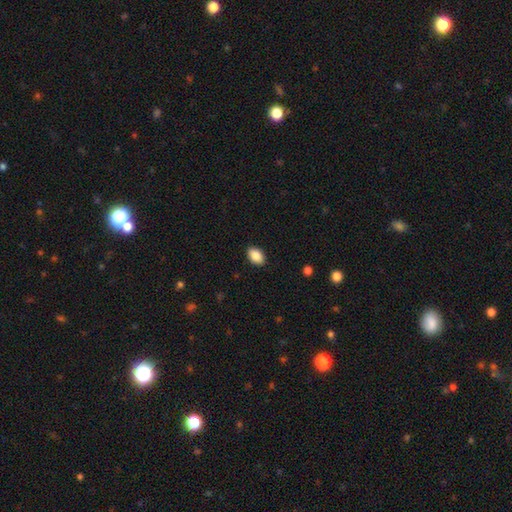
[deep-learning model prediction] Smooth or featured? smooth (87%)
How rounded? in between (88%)
Merging? none (89%)